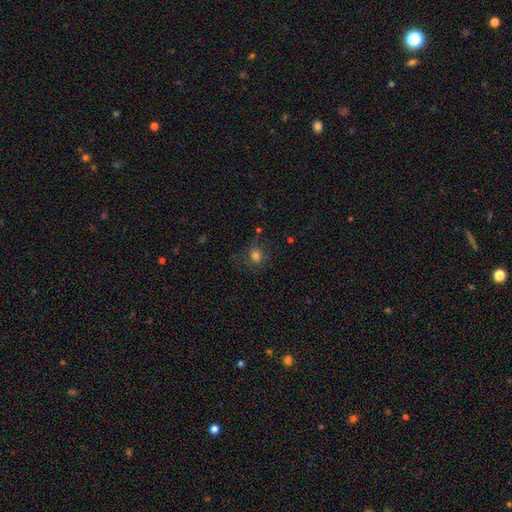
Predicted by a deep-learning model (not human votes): smooth-or-featured: smooth: 72% | star or artifact: 16% | featured or disk: 12%
  how-rounded: round: 75% | in between: 24% | cigar-shaped: 1%
  merging: none: 64% | minor disturbance: 19% | major disturbance: 14% | merger: 3%